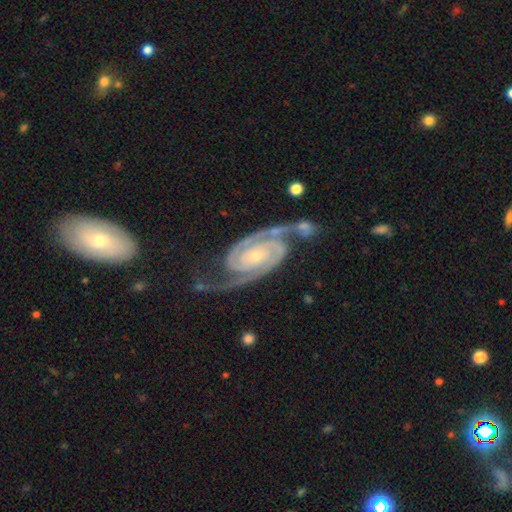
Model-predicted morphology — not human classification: Smooth or featured? Predicted: featured or disk (p=0.94). Edge-on disk? Predicted: no (p=0.98). Bar? Predicted: no (p=0.57). Spiral arms? Predicted: yes (p=0.99). Spiral winding? Predicted: tight (p=0.60). Spiral arm count? Predicted: 2 (p=0.93). Bulge size? Predicted: small (p=0.72). Merging? Predicted: none (p=0.66).